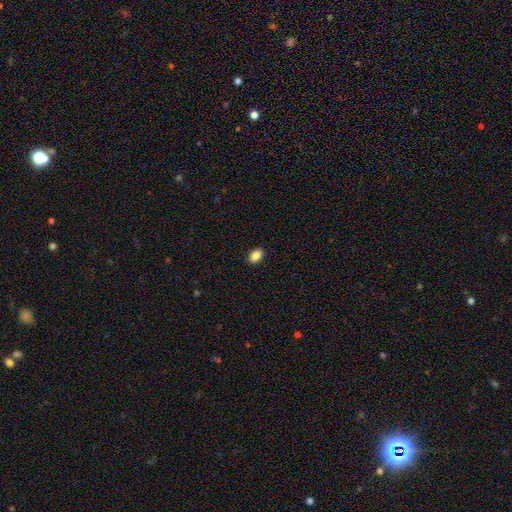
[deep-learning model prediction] Smooth or featured? smooth (88%)
How rounded? in between (84%)
Merging? none (90%)